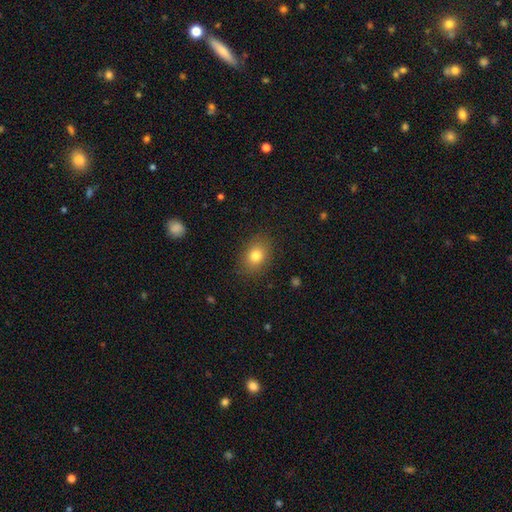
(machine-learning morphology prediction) The model was most divided on "how rounded": in between: 60%, round: 39%, cigar-shaped: 1%. More confident: merging — none (86%); smooth or featured — smooth (80%).